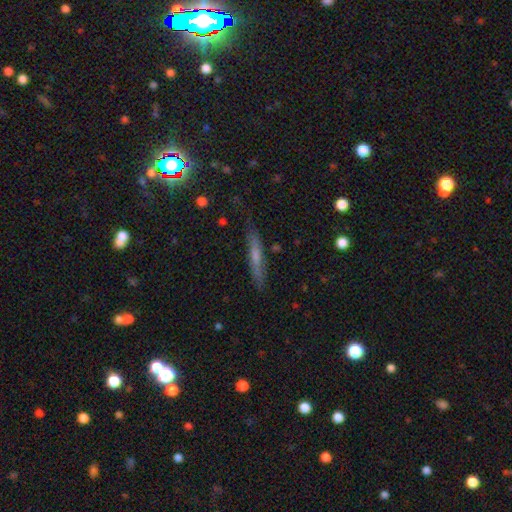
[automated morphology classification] smooth-or-featured: featured or disk: 45% | smooth: 43% | star or artifact: 12%
  merging: none: 80% | minor disturbance: 15% | major disturbance: 3% | merger: 2%